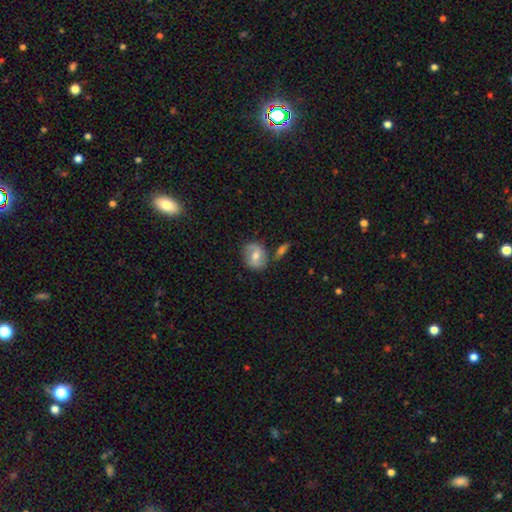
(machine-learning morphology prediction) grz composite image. It shows a smooth galaxy with no disk features (57%) that is round (65%). Merging: none (67%).